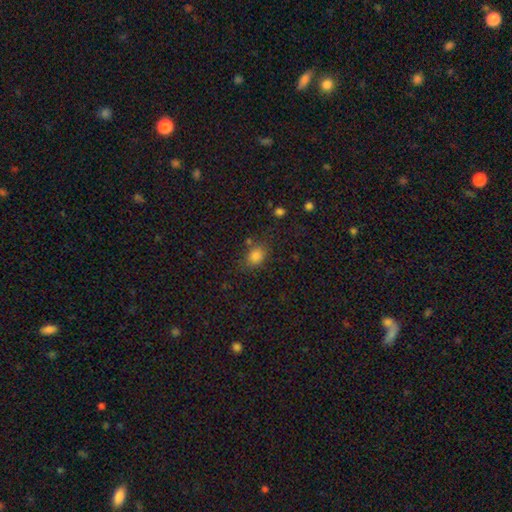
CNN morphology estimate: Smooth or featured? smooth (80%)
How rounded? in between (53%)
Merging? none (72%)